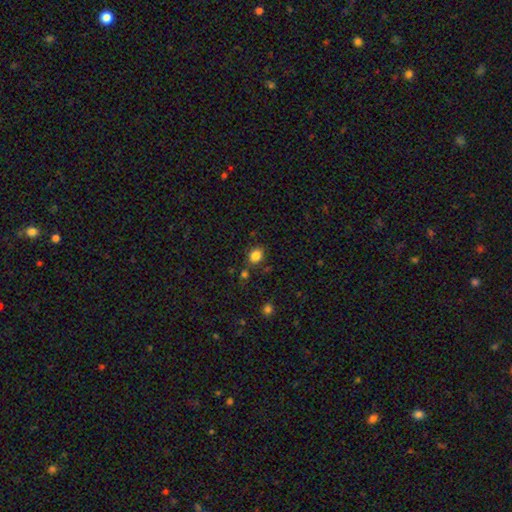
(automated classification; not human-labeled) Smooth or featured? Predicted: smooth (p=0.84). How rounded? Predicted: round (p=0.74). Merging? Predicted: none (p=0.81).